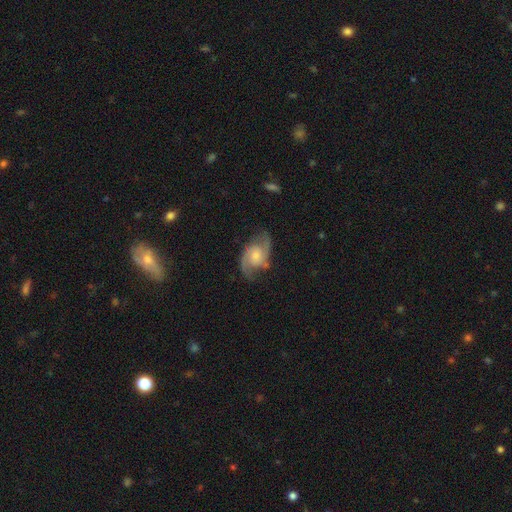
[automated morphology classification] A featured or disk galaxy (85%) with no bar (65%), 2 (92%) medium (51%) spiral arms (96%) and a moderate central bulge (46%). Merging: none (73%).